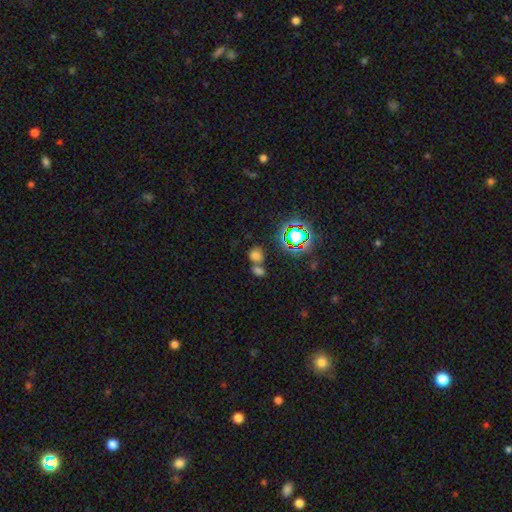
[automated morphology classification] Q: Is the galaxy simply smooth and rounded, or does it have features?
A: smooth — 64%.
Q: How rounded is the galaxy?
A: round — 61%.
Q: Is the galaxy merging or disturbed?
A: merger — 45%.